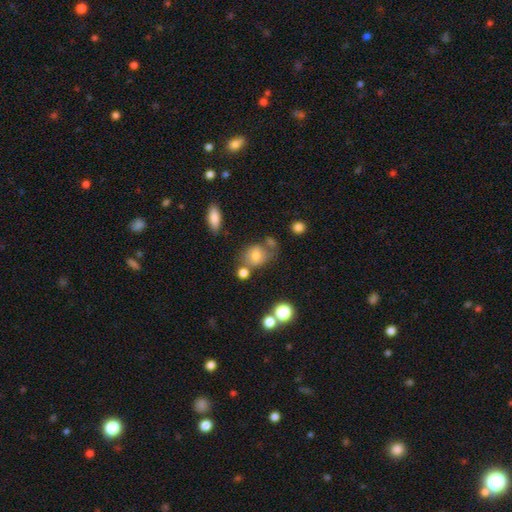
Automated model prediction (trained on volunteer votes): The model was most divided on "how rounded": round: 54%, in between: 45%, cigar-shaped: 1%. More confident: smooth or featured — smooth (69%); merging — none (53%).